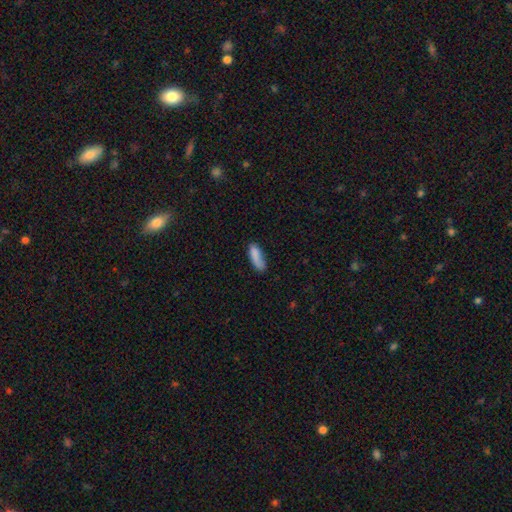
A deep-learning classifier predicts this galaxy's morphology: The model was most divided on "how rounded": in between: 58%, cigar-shaped: 40%, round: 2%. More confident: smooth or featured — smooth (84%); merging — none (60%).